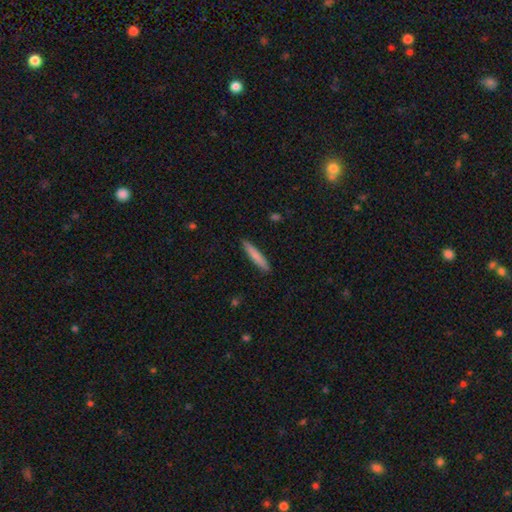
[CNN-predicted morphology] Smooth or featured: smooth — 79% (featured or disk — 15%)
How rounded: cigar-shaped — 93% (in between — 6%)
Merging: none — 89% (minor disturbance — 8%)